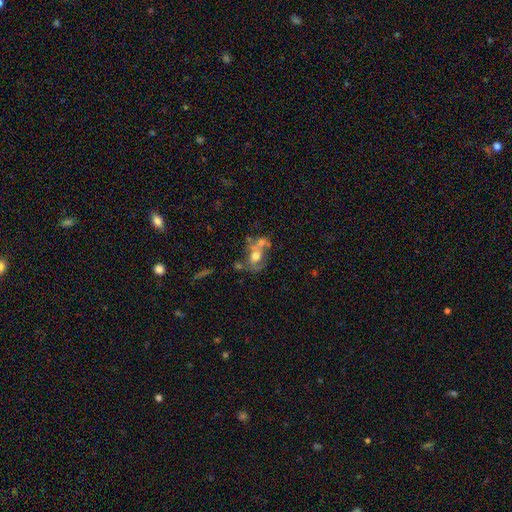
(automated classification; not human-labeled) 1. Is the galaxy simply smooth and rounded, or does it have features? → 47% featured or disk, 42% smooth, 11% star or artifact.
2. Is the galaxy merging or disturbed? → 41% merger, 29% none, 15% minor disturbance, 15% major disturbance.